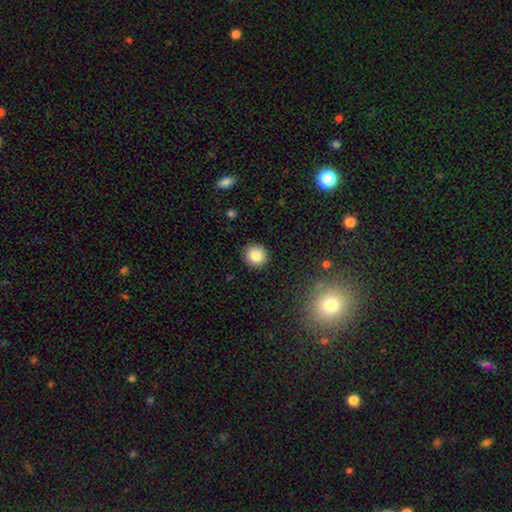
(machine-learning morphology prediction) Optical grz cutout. It shows a smooth galaxy with no disk features (84%) that is round (93%). Merging: none (91%).